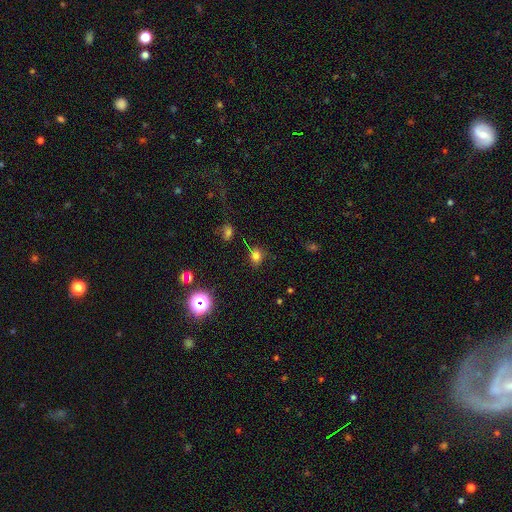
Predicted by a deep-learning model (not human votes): Overall: smooth (69%). How rounded: round (61%; in between 38%). Merging: none (72%).